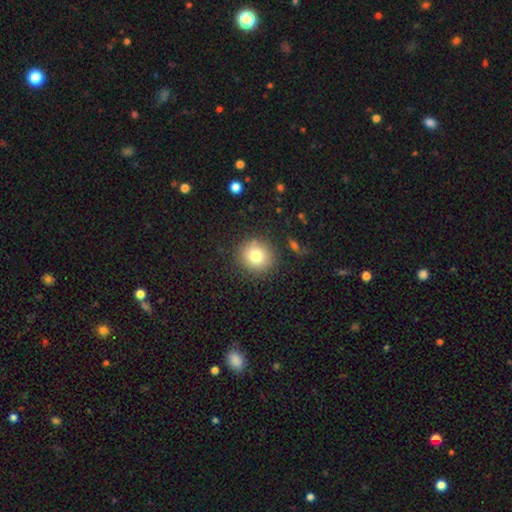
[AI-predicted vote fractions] Overall: smooth (78%). How rounded: round (90%). Merging: none (88%).